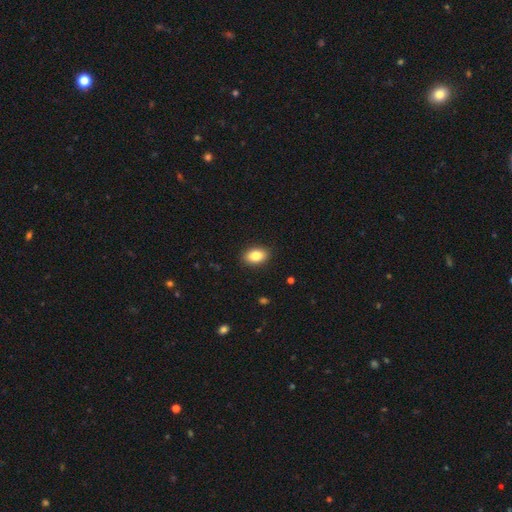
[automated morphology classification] type=smooth (85%); roundness=in between (87%); merging=none (89%).